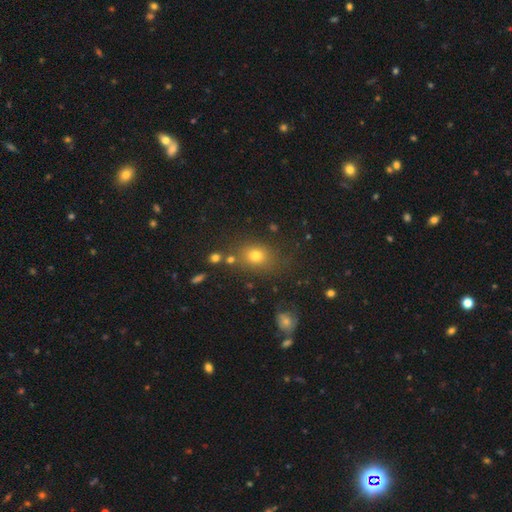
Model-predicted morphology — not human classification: The model was most divided on "how rounded": round: 54%, in between: 45%, cigar-shaped: 1%. More confident: merging — none (75%); smooth or featured — smooth (72%).